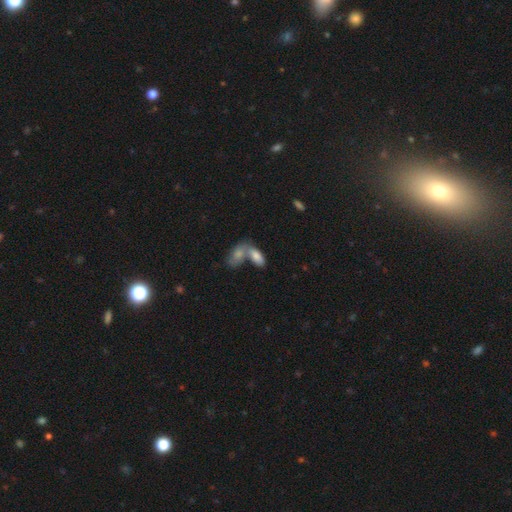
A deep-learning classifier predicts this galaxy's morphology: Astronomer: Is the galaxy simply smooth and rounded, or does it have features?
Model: smooth — 78%.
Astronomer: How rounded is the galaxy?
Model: in between — 88%.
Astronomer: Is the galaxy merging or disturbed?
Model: merger — 62%.